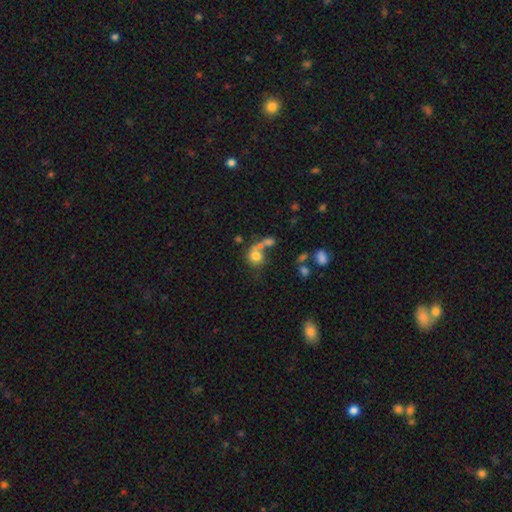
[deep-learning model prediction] A smooth galaxy with no disk features (74%) that is round (77%). Merging: merger (40%).